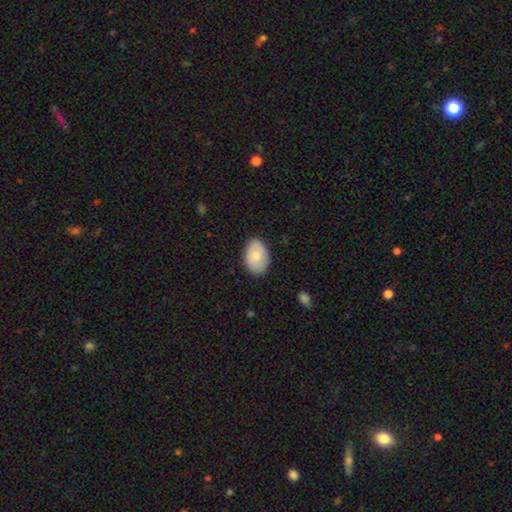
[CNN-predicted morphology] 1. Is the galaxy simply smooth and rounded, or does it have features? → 77% smooth, 17% featured or disk, 6% star or artifact.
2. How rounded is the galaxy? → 87% in between, 11% round, 1% cigar-shaped.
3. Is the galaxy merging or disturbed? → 84% none, 12% minor disturbance, 2% major disturbance, 1% merger.